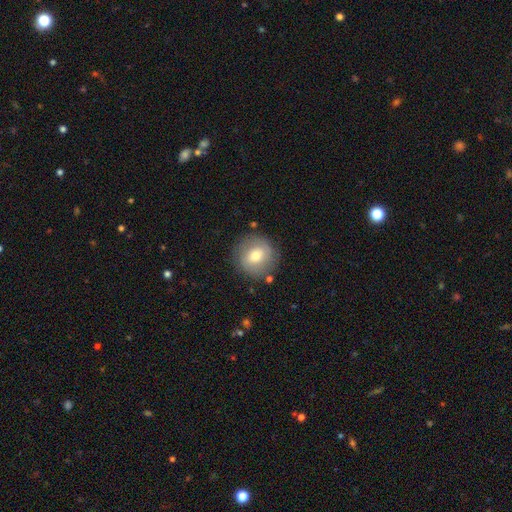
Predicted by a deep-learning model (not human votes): Smooth or featured? smooth (67%)
How rounded? round (92%)
Merging? none (83%)